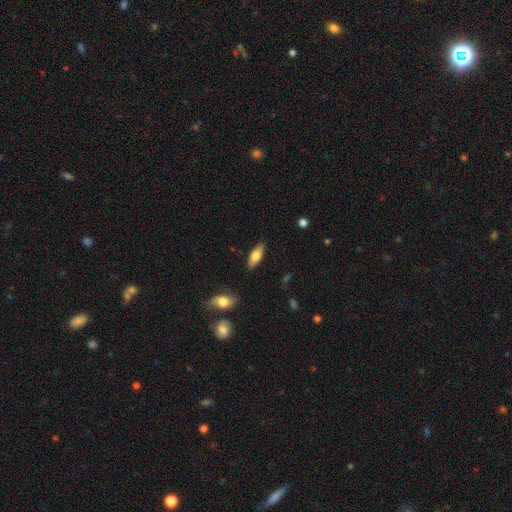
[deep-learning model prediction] A smooth galaxy with no disk features (69%) that is in between round and cigar-shaped (71%). Merging: none (86%).